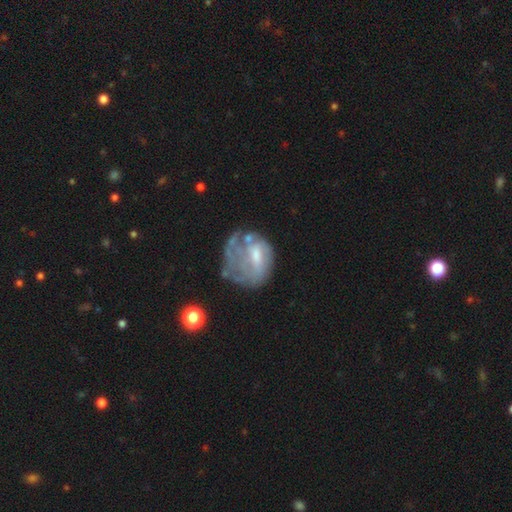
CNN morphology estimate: Overall: featured or disk (60%; smooth 30%). Edge-on disk: no (97%). Bar: no (47%; weak 42%). Spiral arms: no (59%; yes 41%). Bulge size: moderate (41%; small 30%). Merging: major disturbance (35%; none 33%).